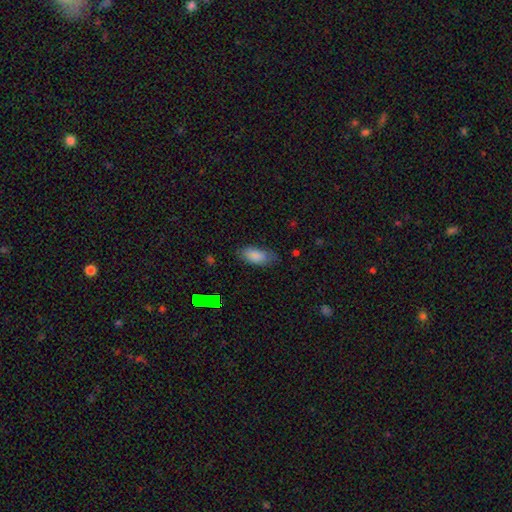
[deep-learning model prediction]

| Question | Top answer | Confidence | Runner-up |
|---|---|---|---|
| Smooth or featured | smooth | 84% | star or artifact (9%) |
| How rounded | in between | 90% | cigar-shaped (7%) |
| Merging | none | 73% | minor disturbance (21%) |